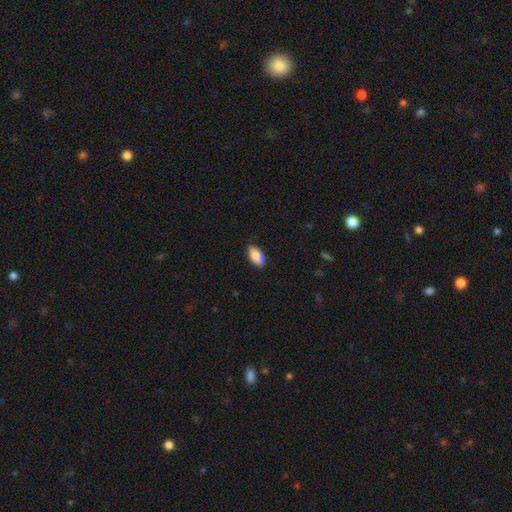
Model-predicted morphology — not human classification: This is clearly a smooth galaxy (87%). How rounded: clearly in between (94%). Merging: clearly none (85%).